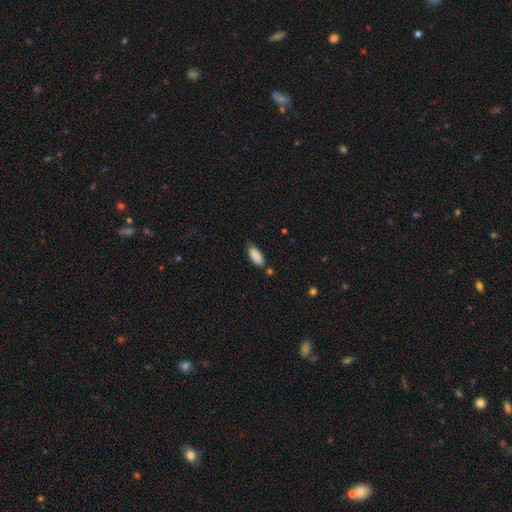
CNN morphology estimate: Smooth or featured? smooth (88%)
How rounded? in between (80%)
Merging? none (67%)